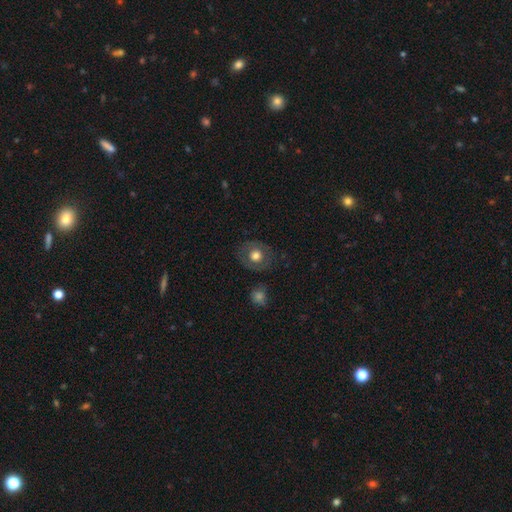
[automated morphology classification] smooth 60%, featured or disk 33%, star or artifact 8%. Down the decision tree: how rounded — round (67%); merging — none (82%).